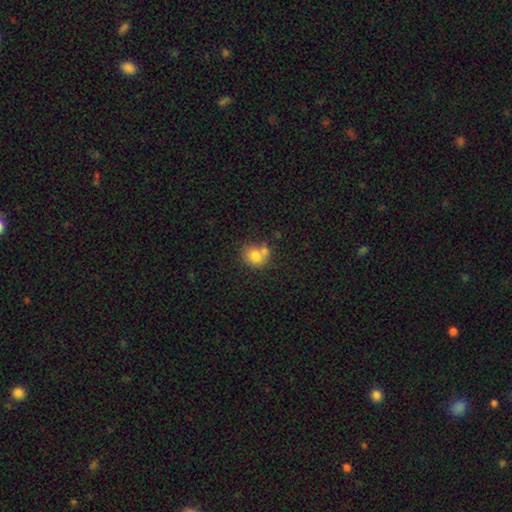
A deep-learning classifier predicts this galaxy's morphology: A smooth galaxy with no disk features (78%) that is round (69%).

Vote fractions:
- Smooth or featured? smooth: 78% / featured or disk: 12% / star or artifact: 10%
- How rounded? round: 69% / in between: 30% / cigar-shaped: 1%
- Merging? none: 47% / merger: 36% / minor disturbance: 13% / major disturbance: 5%